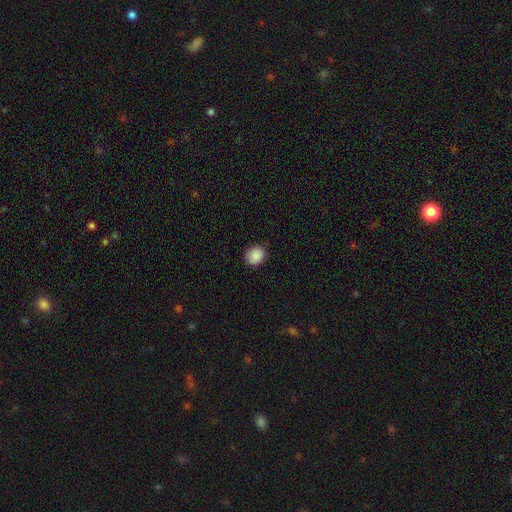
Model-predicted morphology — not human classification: This is clearly a smooth galaxy (88%). How rounded: likely round (66%). Merging: clearly none (86%).